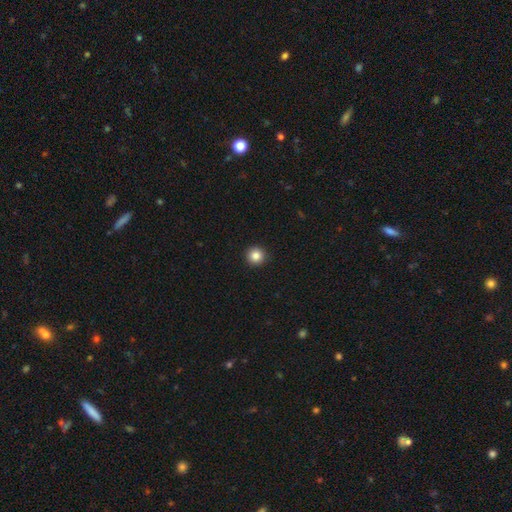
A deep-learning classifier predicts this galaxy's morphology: The model was most divided on "smooth or featured": smooth: 85%, star or artifact: 11%, featured or disk: 5%. More confident: how rounded — round (96%); merging — none (93%).